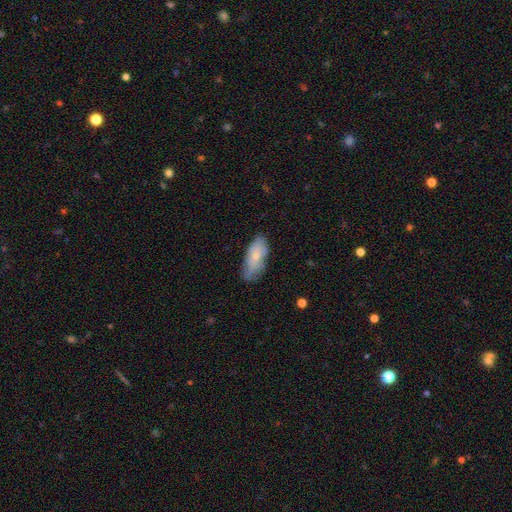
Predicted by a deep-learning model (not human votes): This is likely a smooth galaxy (67%). How rounded: clearly in between (83%). Merging: likely none (60%).